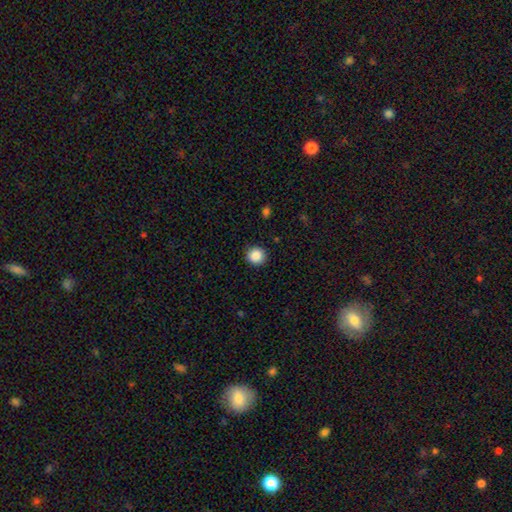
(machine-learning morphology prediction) Overall: smooth (88%). How rounded: round (91%). Merging: none (91%).